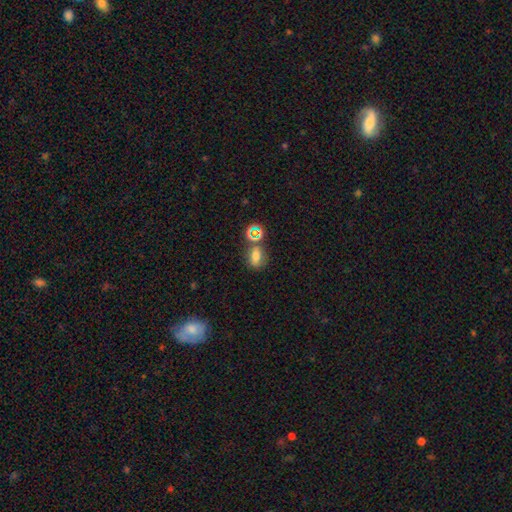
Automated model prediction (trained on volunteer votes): This is likely a smooth galaxy (63%). How rounded: likely in between (68%). Merging: likely none (64%).